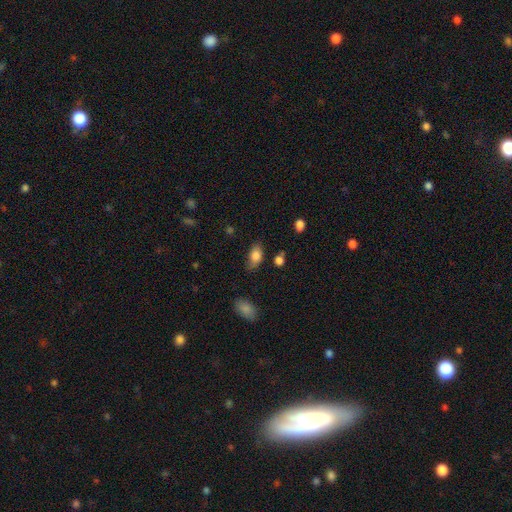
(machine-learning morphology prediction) smooth 82%, featured or disk 10%, star or artifact 8%. Down the decision tree: how rounded — in between (90%); merging — none (69%).